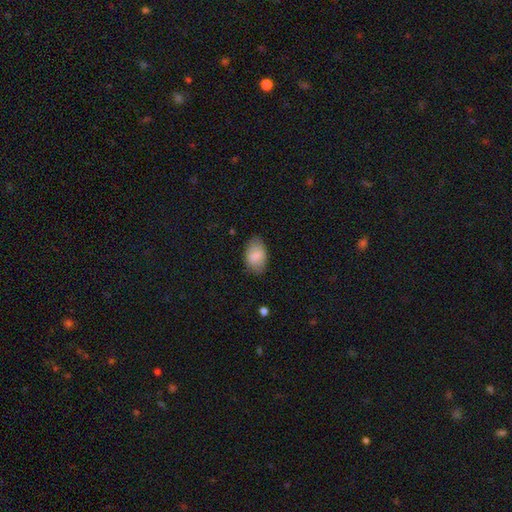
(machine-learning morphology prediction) smooth_or_featured: smooth (p=0.83) [alt: featured or disk p=0.11]
how_rounded: in between (p=0.90) [alt: round p=0.08]
merging: none (p=0.78) [alt: minor disturbance p=0.17]